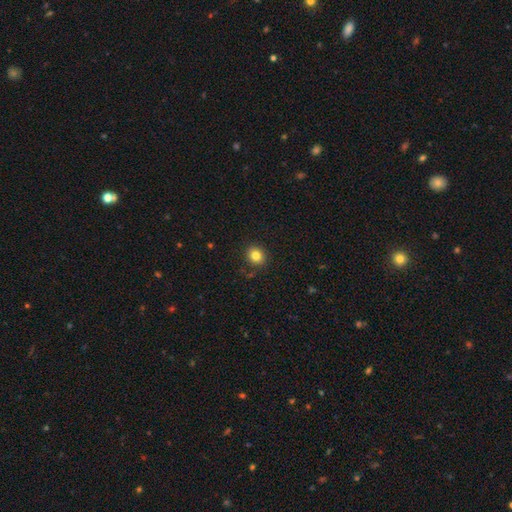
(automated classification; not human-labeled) smooth_or_featured: smooth (p=0.81) [alt: star or artifact p=0.11]
how_rounded: round (p=0.72) [alt: in between p=0.27]
merging: none (p=0.87) [alt: minor disturbance p=0.09]